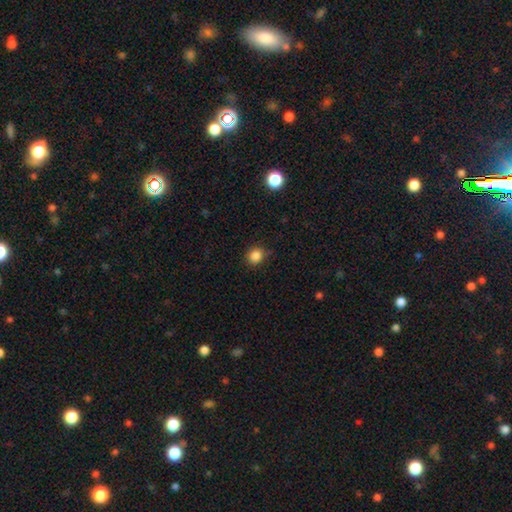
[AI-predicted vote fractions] This is clearly a smooth galaxy (85%). How rounded: clearly round (84%). Merging: clearly none (83%).